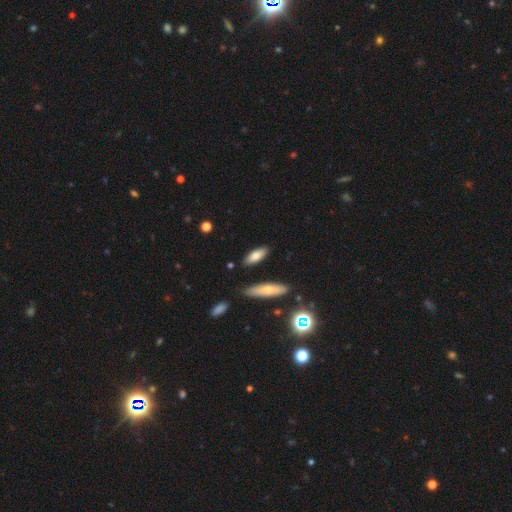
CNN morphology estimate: Overall: smooth (74%). How rounded: in between (69%). Merging: none (83%).